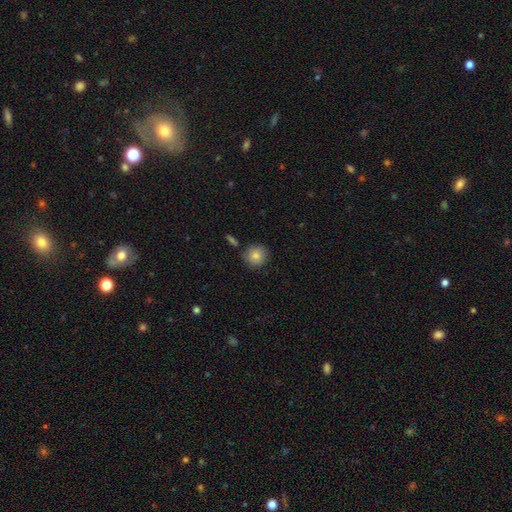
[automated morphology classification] A smooth galaxy with no disk features (83%) that is round (92%).

Vote fractions:
- Smooth or featured? smooth: 83% / star or artifact: 9% / featured or disk: 8%
- How rounded? round: 92% / in between: 7% / cigar-shaped: 1%
- Merging? none: 84% / minor disturbance: 9% / merger: 4% / major disturbance: 2%